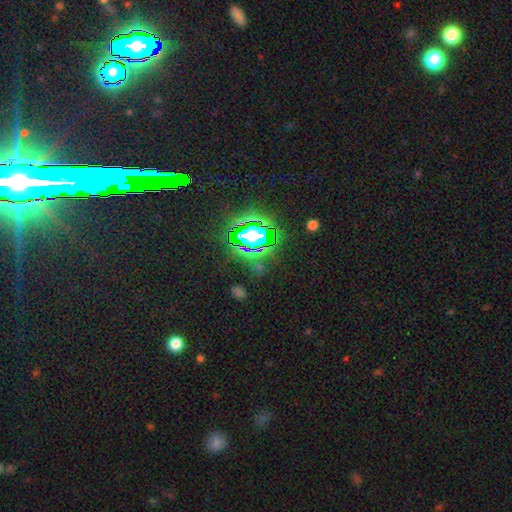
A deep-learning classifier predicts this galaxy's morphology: star or artifact 83%, smooth 9%, featured or disk 8%.